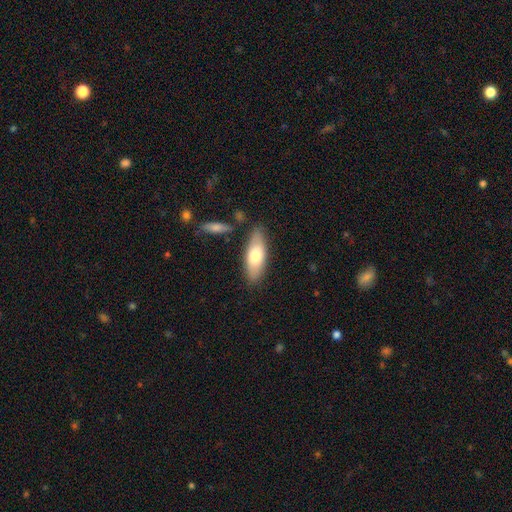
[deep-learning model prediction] Morphology: type=smooth (67%); roundness=in between (69%); merging=none (81%).